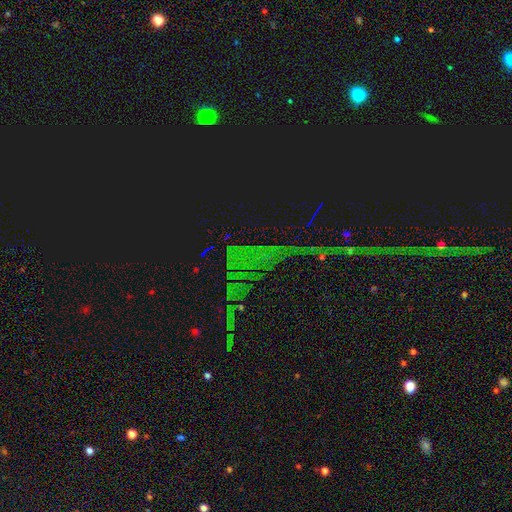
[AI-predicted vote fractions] Smooth or featured?
  - star or artifact: 84% *
  - smooth: 8%
  - featured or disk: 8%